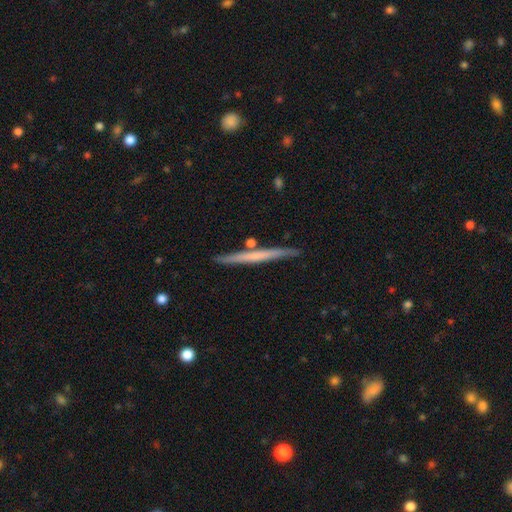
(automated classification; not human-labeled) Smooth or featured?
  - featured or disk: 48% *
  - smooth: 47%
  - star or artifact: 5%
Merging?
  - none: 87% *
  - minor disturbance: 8%
  - merger: 4%
  - major disturbance: 2%